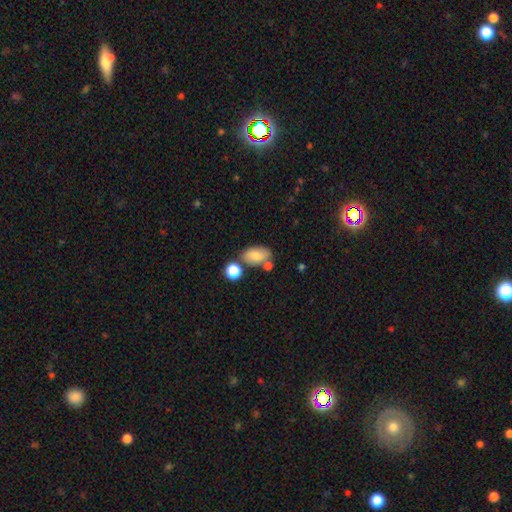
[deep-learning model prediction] A smooth galaxy with no disk features (77%) that is in between round and cigar-shaped (88%).

Vote fractions:
- Smooth or featured? smooth: 77% / featured or disk: 14% / star or artifact: 9%
- How rounded? in between: 88% / round: 10% / cigar-shaped: 2%
- Merging? none: 60% / minor disturbance: 18% / merger: 17% / major disturbance: 5%